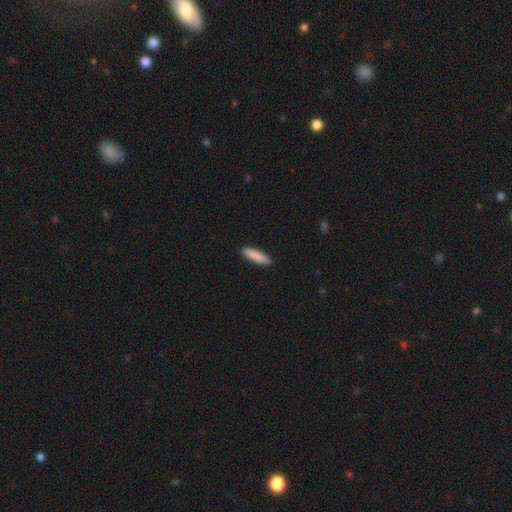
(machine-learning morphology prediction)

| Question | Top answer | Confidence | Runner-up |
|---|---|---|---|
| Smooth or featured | smooth | 88% | featured or disk (7%) |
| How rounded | cigar-shaped | 75% | in between (23%) |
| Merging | none | 91% | minor disturbance (7%) |